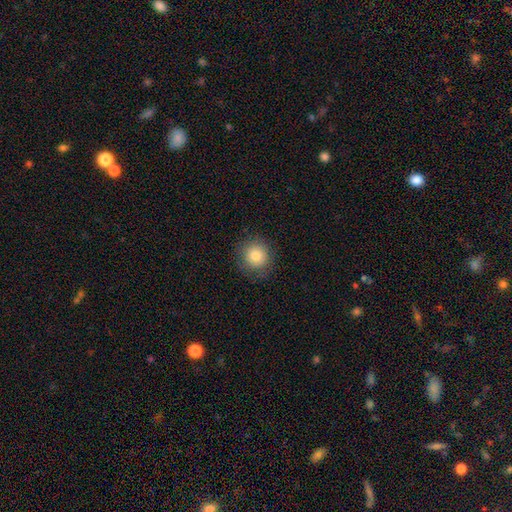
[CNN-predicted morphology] smooth 81%, star or artifact 10%, featured or disk 9%. Down the decision tree: how rounded — round (93%); merging — none (86%).